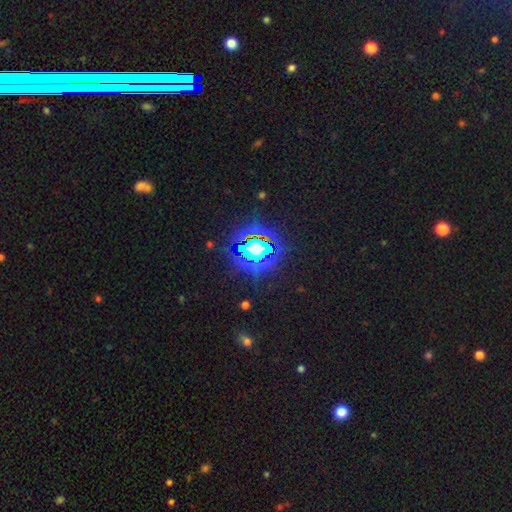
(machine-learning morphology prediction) Q: Smooth or featured?
A: star or artifact (81%); runner-up: smooth (11%)